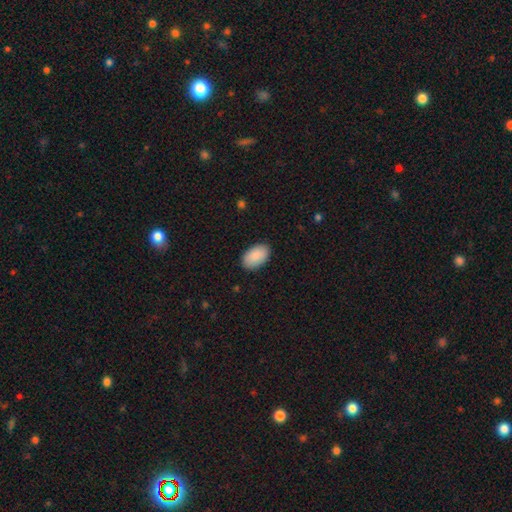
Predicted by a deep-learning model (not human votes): This is clearly a smooth galaxy (90%). How rounded: clearly in between (94%). Merging: clearly none (88%).